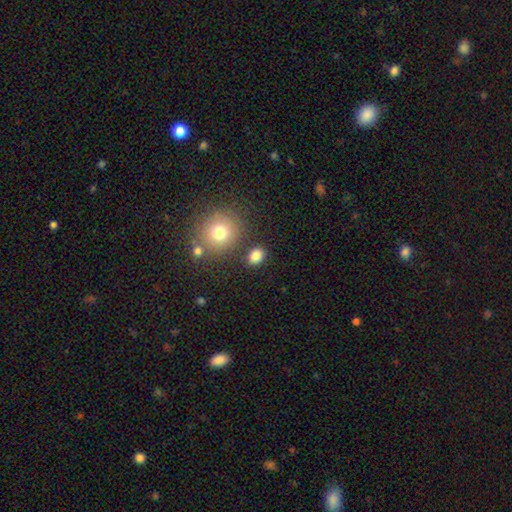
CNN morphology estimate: A smooth galaxy with no disk features (83%) that is in between round and cigar-shaped (61%).

Vote fractions:
- Smooth or featured? smooth: 83% / star or artifact: 12% / featured or disk: 5%
- How rounded? in between: 61% / round: 38% / cigar-shaped: 1%
- Merging? none: 81% / minor disturbance: 10% / merger: 5% / major disturbance: 3%